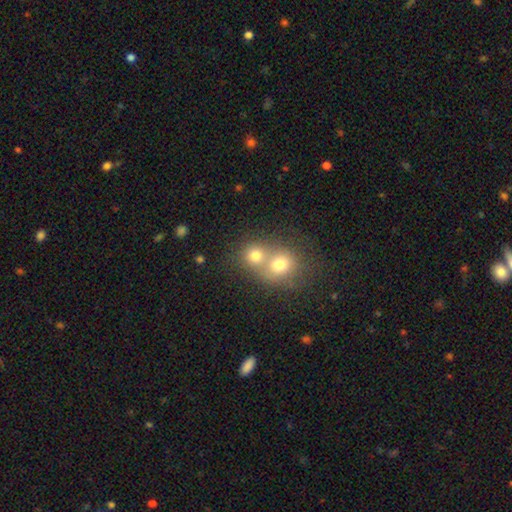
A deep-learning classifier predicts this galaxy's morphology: This is likely a smooth galaxy (74%). How rounded: clearly round (80%). Merging: possibly merger (59%).